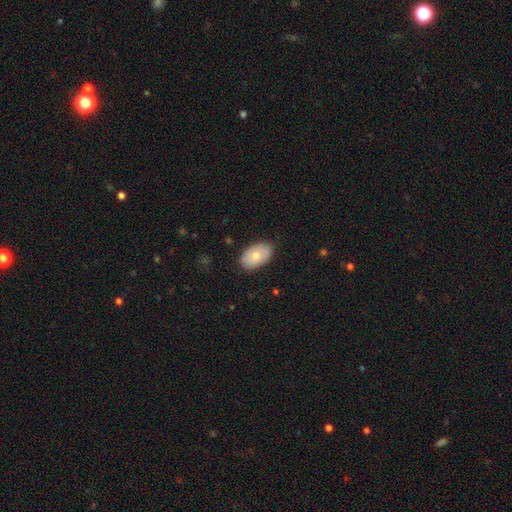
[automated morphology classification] This is likely a smooth galaxy (76%). How rounded: clearly in between (93%). Merging: clearly none (84%).